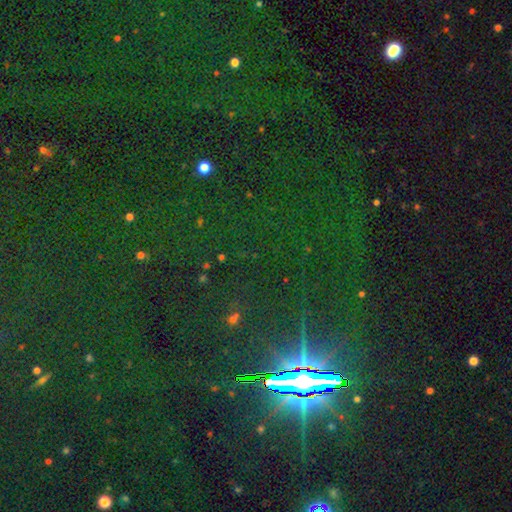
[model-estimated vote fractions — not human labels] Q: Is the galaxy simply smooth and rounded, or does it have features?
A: star or artifact — 81%.